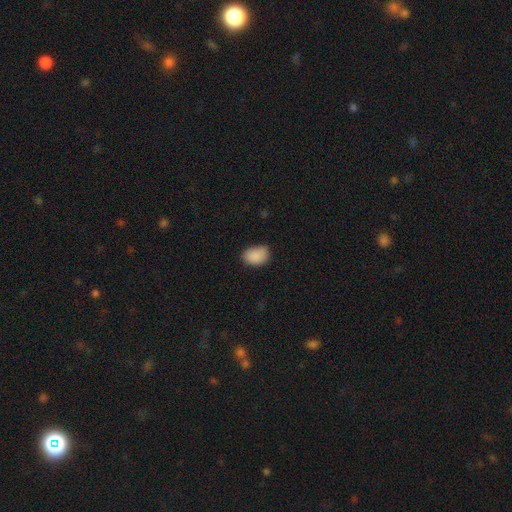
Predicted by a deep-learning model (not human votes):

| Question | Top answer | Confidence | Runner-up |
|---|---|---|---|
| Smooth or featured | smooth | 89% | star or artifact (8%) |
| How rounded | in between | 80% | round (19%) |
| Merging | none | 73% | minor disturbance (22%) |